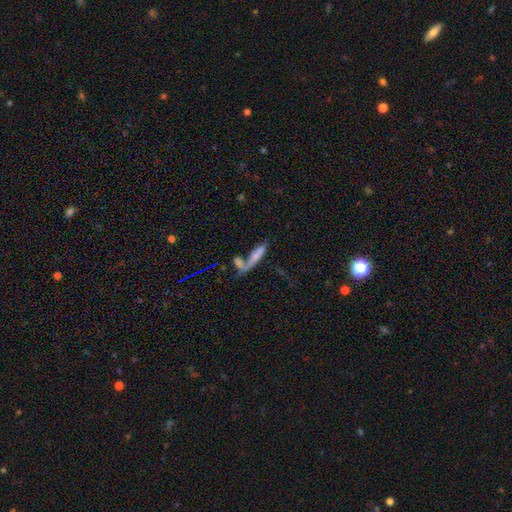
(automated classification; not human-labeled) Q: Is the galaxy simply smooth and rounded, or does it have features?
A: smooth — 59%.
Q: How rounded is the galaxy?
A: cigar-shaped — 66%.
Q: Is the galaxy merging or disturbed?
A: merger — 53%.